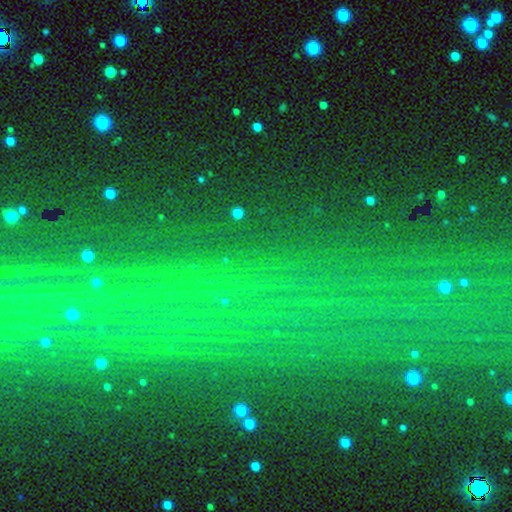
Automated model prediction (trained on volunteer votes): This appears to be a star or artifact, not a galaxy (81%).